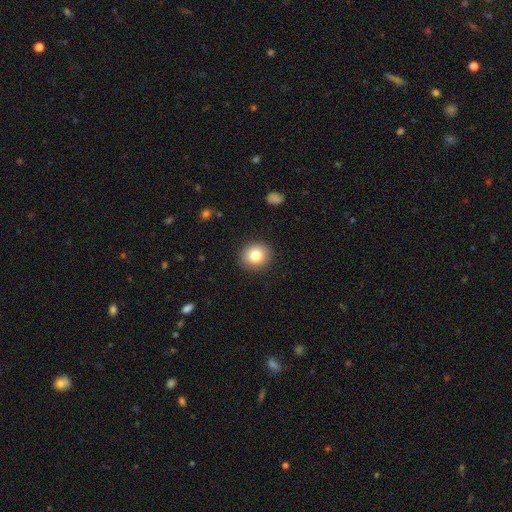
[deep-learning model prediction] A smooth galaxy with no disk features (81%) that is round (79%).

Vote fractions:
- Smooth or featured? smooth: 81% / star or artifact: 10% / featured or disk: 9%
- How rounded? round: 79% / in between: 20% / cigar-shaped: 1%
- Merging? none: 90% / minor disturbance: 7% / major disturbance: 2% / merger: 1%